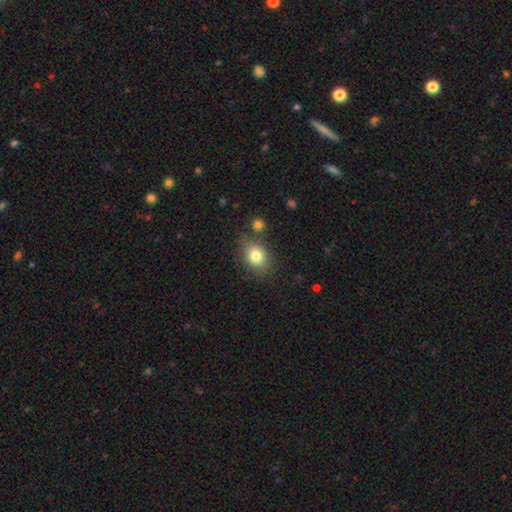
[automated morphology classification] Smooth or featured?
  - smooth: 80% *
  - featured or disk: 10%
  - star or artifact: 10%
How rounded?
  - in between: 65% *
  - round: 34%
  - cigar-shaped: 1%
Merging?
  - none: 74% *
  - minor disturbance: 15%
  - merger: 7%
  - major disturbance: 4%